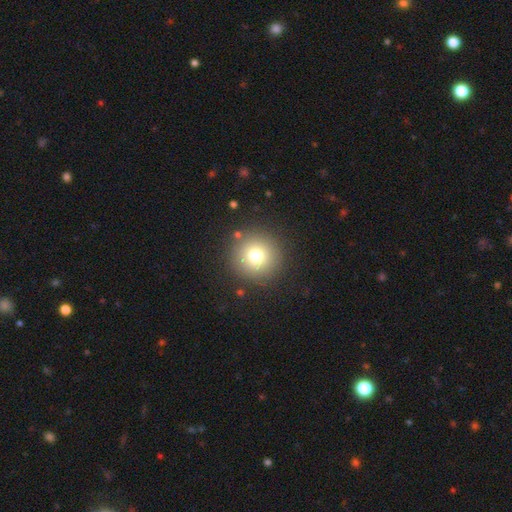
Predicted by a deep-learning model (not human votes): The model was most divided on "smooth or featured": smooth: 76%, star or artifact: 14%, featured or disk: 11%. More confident: how rounded — round (96%); merging — none (89%).